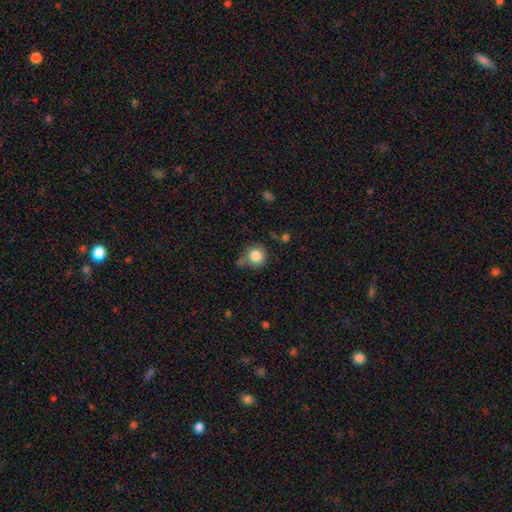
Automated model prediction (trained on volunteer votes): Smooth or featured? smooth (84%)
How rounded? round (91%)
Merging? none (65%)